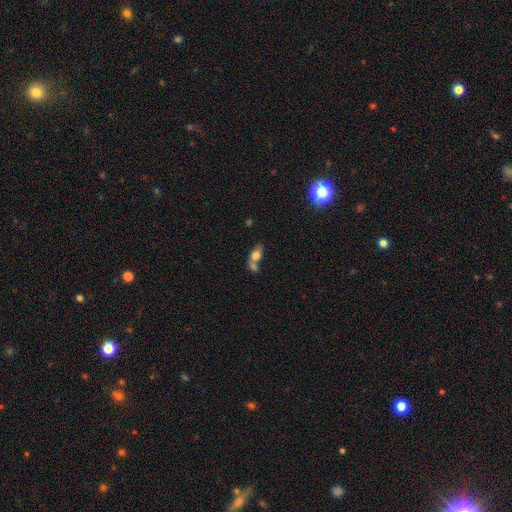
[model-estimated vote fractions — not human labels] Overall: smooth (69%). How rounded: in between (76%). Merging: merger (56%; none 27%).